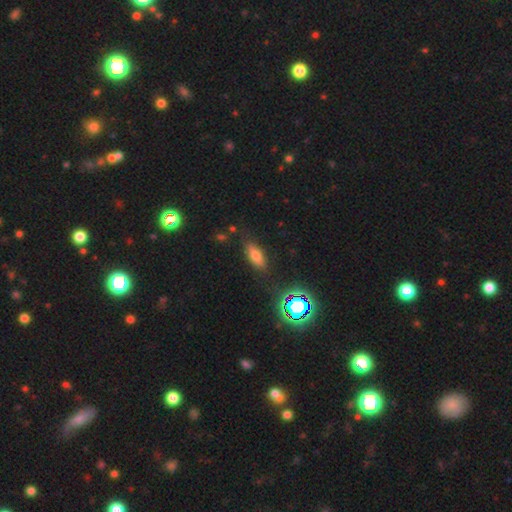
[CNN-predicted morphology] Smooth or featured: smooth — 66% (star or artifact — 18%)
How rounded: in between — 76% (cigar-shaped — 20%)
Merging: none — 81% (minor disturbance — 13%)